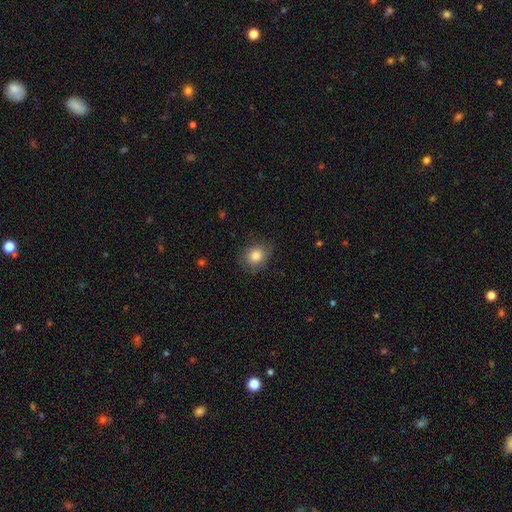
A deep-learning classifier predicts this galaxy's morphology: Smooth or featured: smooth — 83% (star or artifact — 9%)
How rounded: round — 64% (in between — 35%)
Merging: none — 73% (minor disturbance — 20%)